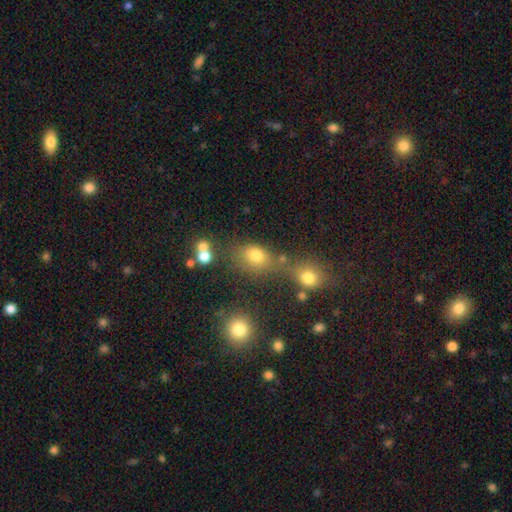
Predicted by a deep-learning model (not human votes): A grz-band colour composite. It shows a smooth galaxy with no disk features (75%) that is in between round and cigar-shaped (60%). Merging: none (59%).